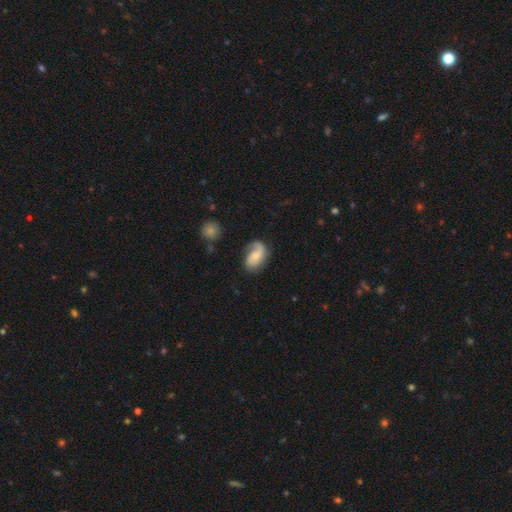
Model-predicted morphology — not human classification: Smooth or featured?
  - featured or disk: 63% *
  - smooth: 30%
  - star or artifact: 7%
Edge-on disk?
  - no: 97% *
  - yes: 3%
Bar?
  - no: 59% *
  - weak: 33%
  - strong: 8%
Spiral arms?
  - yes: 92% *
  - no: 8%
Spiral winding?
  - loose: 43% *
  - medium: 37%
  - tight: 20%
Spiral arm count?
  - 2: 56% *
  - 1: 35%
  - can't tell: 7%
  - 3: 1%
  - 4: 1%
  - more than 4: 1%
Bulge size?
  - small: 47% *
  - moderate: 38%
  - none: 9%
  - large: 5%
  - dominant: 1%
Merging?
  - none: 61% *
  - minor disturbance: 23%
  - major disturbance: 14%
  - merger: 2%